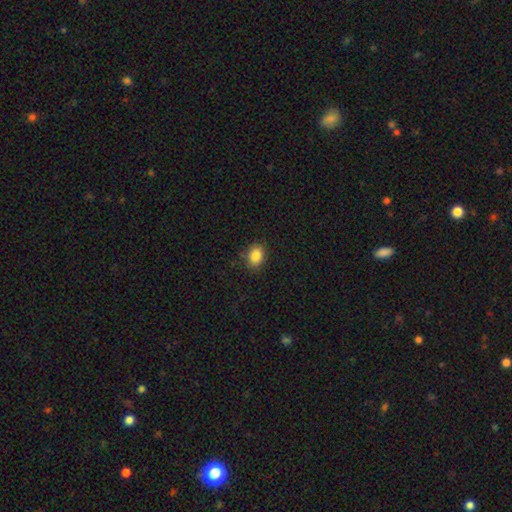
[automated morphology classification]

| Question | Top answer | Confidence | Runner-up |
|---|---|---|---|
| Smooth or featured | smooth | 86% | star or artifact (10%) |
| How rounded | in between | 51% | round (48%) |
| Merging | none | 82% | minor disturbance (13%) |